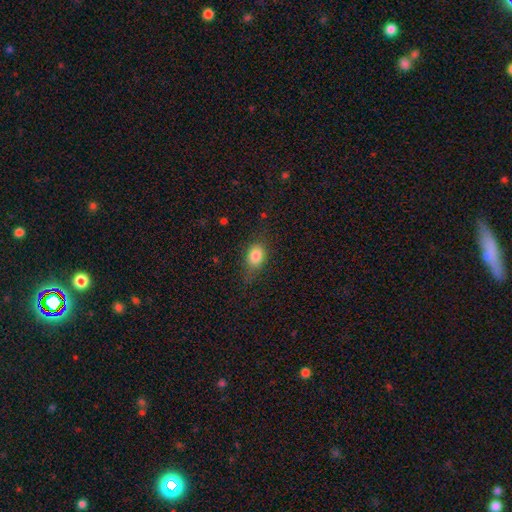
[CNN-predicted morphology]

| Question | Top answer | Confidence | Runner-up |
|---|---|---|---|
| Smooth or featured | smooth | 82% | star or artifact (10%) |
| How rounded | in between | 68% | round (30%) |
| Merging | none | 73% | minor disturbance (19%) |